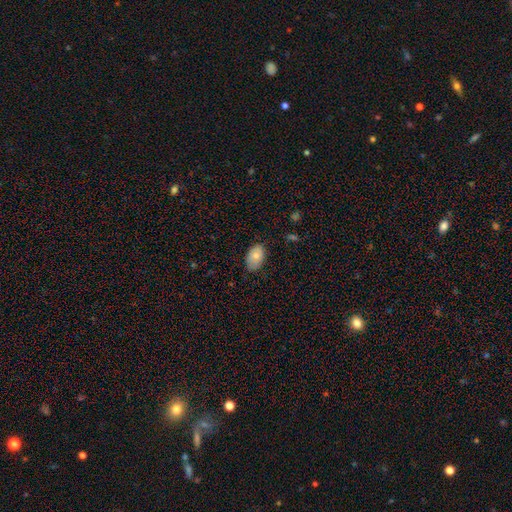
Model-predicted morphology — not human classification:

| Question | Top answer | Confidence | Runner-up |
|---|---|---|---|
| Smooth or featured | smooth | 77% | featured or disk (15%) |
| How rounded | in between | 90% | round (9%) |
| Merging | none | 75% | minor disturbance (21%) |